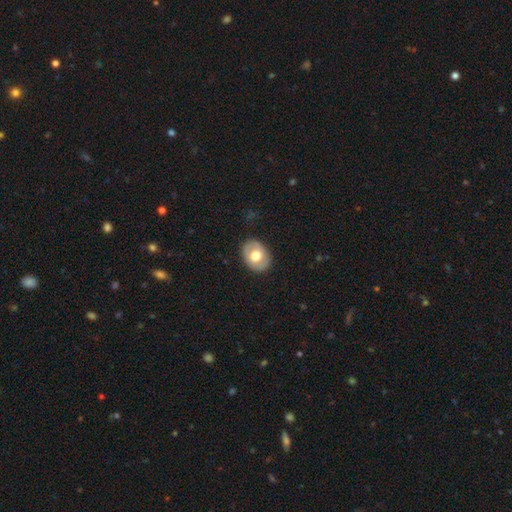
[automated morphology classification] Smooth or featured?
  - smooth: 61% *
  - featured or disk: 33%
  - star or artifact: 6%
How rounded?
  - in between: 62% *
  - round: 37%
  - cigar-shaped: 1%
Merging?
  - none: 85% *
  - minor disturbance: 11%
  - major disturbance: 3%
  - merger: 1%